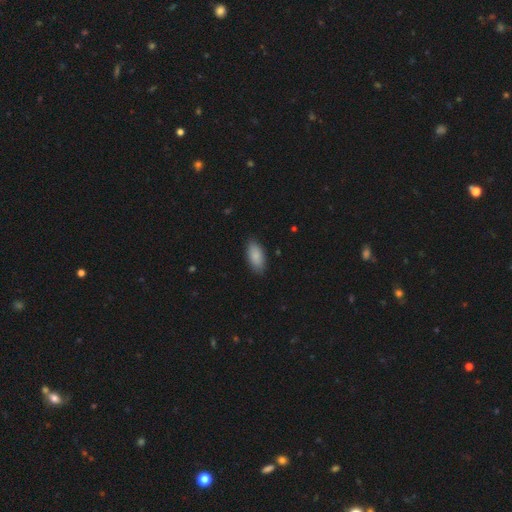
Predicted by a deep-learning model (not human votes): Smooth or featured? Predicted: smooth (p=0.88). How rounded? Predicted: in between (p=0.89). Merging? Predicted: none (p=0.86).